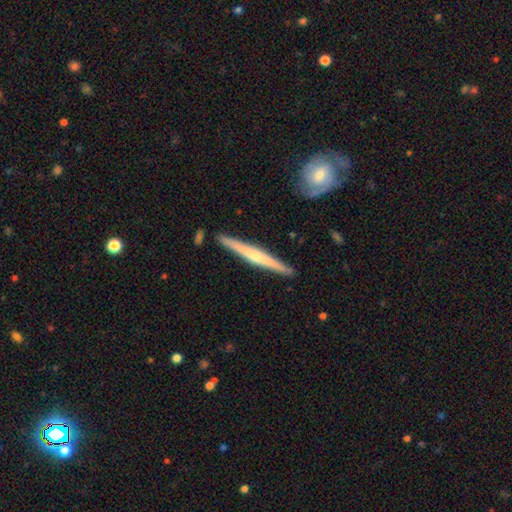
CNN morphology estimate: Q: Smooth or featured?
A: featured or disk (67%); runner-up: smooth (29%)
Q: Edge-on disk?
A: yes (98%); runner-up: no (2%)
Q: Edge-on bulge?
A: rounded (64%); runner-up: none (29%)
Q: Merging?
A: none (91%); runner-up: minor disturbance (6%)